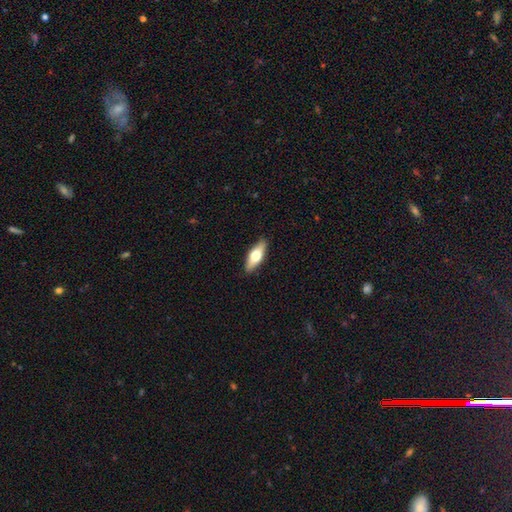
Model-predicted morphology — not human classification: Smooth or featured?
  - smooth: 52% *
  - featured or disk: 42%
  - star or artifact: 6%
How rounded?
  - in between: 60% *
  - cigar-shaped: 37%
  - round: 3%
Merging?
  - none: 90% *
  - minor disturbance: 8%
  - major disturbance: 2%
  - merger: 1%